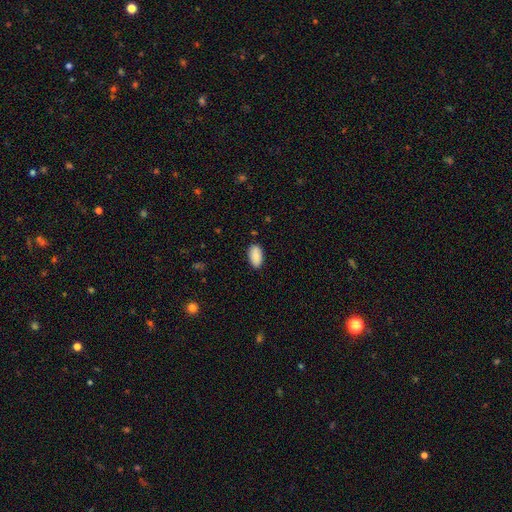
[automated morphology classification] A smooth galaxy with no disk features (88%) that is in between round and cigar-shaped (95%). Merging: none (86%).